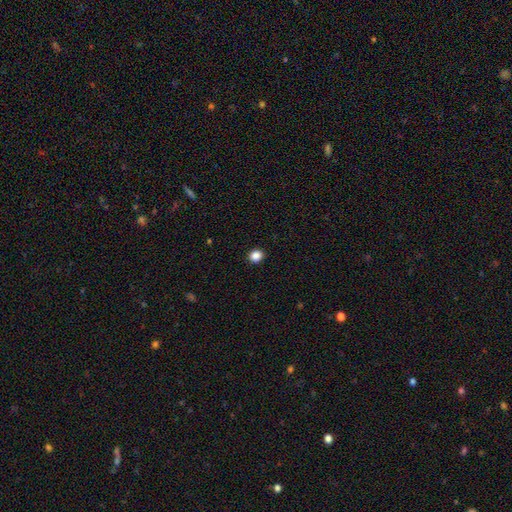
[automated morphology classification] Smooth or featured? smooth (86%)
How rounded? round (81%)
Merging? none (92%)